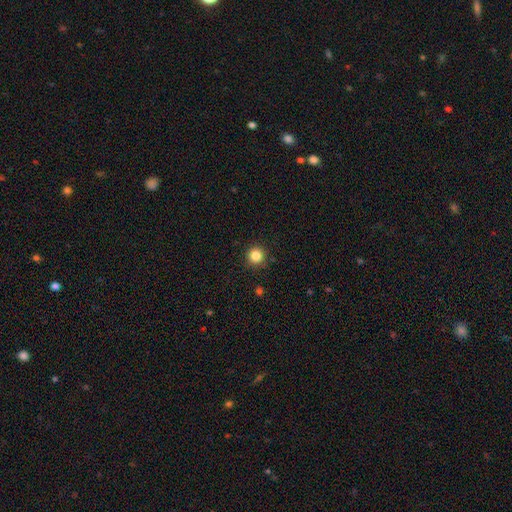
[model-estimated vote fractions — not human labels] Smooth or featured? smooth (85%)
How rounded? round (95%)
Merging? none (92%)